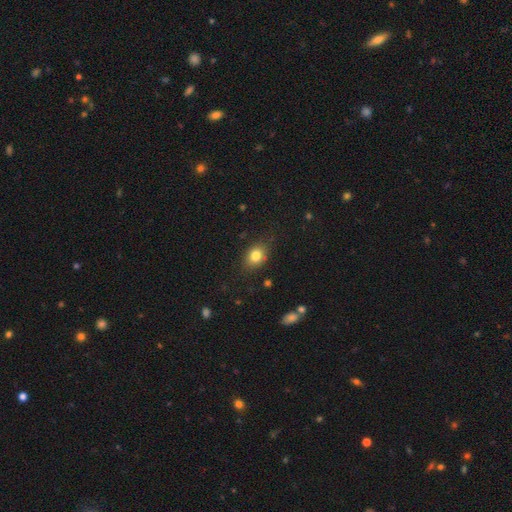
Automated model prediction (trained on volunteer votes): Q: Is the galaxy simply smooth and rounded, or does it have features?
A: smooth — 81%.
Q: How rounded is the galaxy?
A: in between — 60%.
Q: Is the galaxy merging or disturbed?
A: none — 79%.